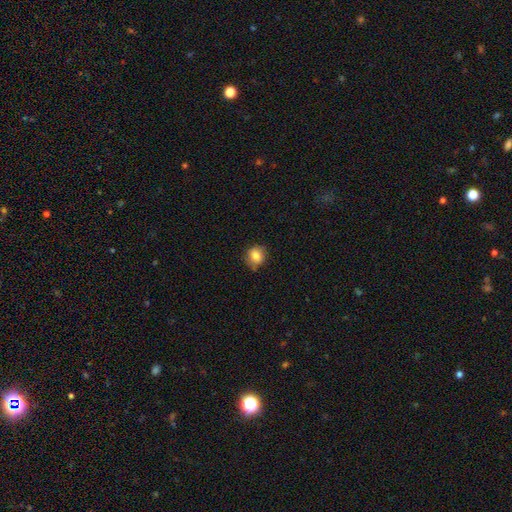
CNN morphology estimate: type=smooth (82%); roundness=round (77%); merging=none (78%).